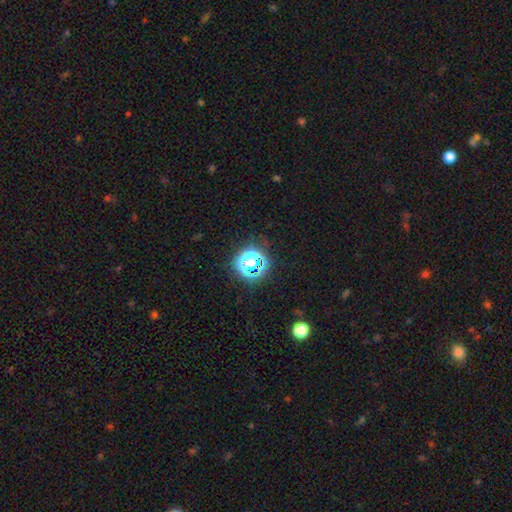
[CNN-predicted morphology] The model was most divided on "smooth or featured": star or artifact: 73%, smooth: 21%, featured or disk: 6%.